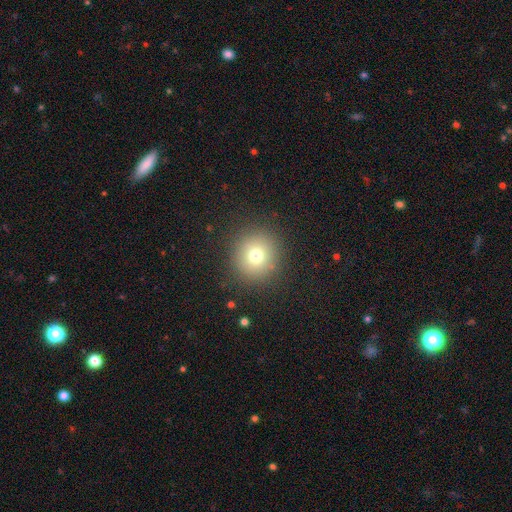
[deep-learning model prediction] A smooth galaxy with no disk features (73%) that is round (92%).

Vote fractions:
- Smooth or featured? smooth: 73% / star or artifact: 15% / featured or disk: 11%
- How rounded? round: 92% / in between: 7% / cigar-shaped: 1%
- Merging? none: 88% / minor disturbance: 7% / major disturbance: 4% / merger: 1%